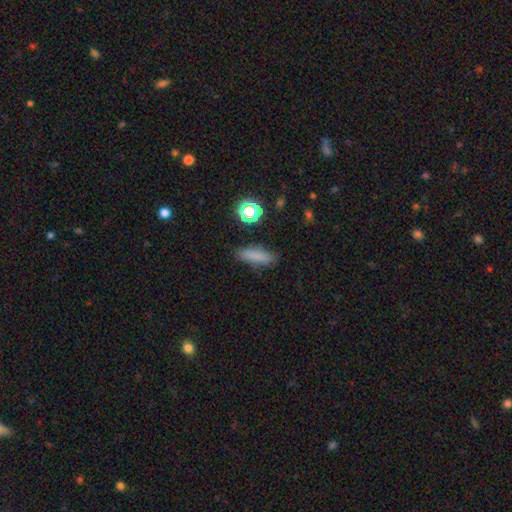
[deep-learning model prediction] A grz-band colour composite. It shows a smooth galaxy with no disk features (77%) that is cigar-shaped (54%). Merging: none (79%).